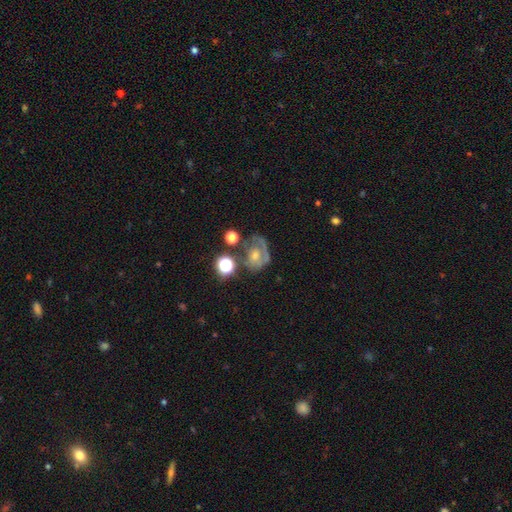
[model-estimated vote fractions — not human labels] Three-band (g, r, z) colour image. It shows a featured or disk galaxy (53%) with no bar (77%), spiral arms (53%) and a moderate central bulge (46%). Merging: none (37%).